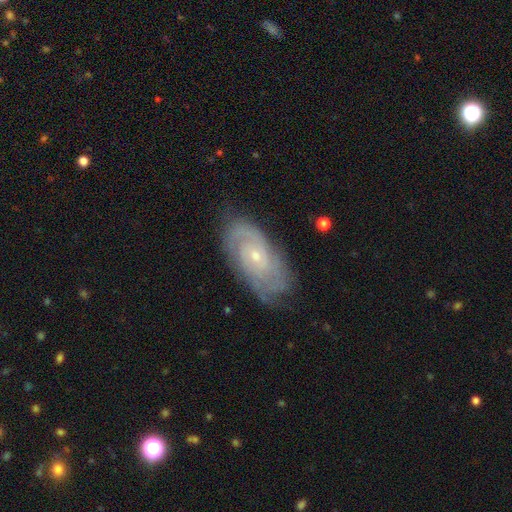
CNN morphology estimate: smooth-or-featured: featured or disk: 82% | smooth: 12% | star or artifact: 6%
  disk-edge-on: no: 95% | yes: 5%
    bar: no: 70% | weak: 26% | strong: 4%
    has-spiral-arms: yes: 95% | no: 5%
      spiral-winding: tight: 66% | medium: 28% | loose: 6%
      spiral-arm-count: 2: 39% | can't tell: 32% | 3: 14% | 4: 6% | 1: 4% | more than 4: 4%
    bulge-size: small: 73% | moderate: 24% | none: 1% | large: 1% | dominant: 1%
  merging: none: 74% | minor disturbance: 19% | major disturbance: 5% | merger: 1%